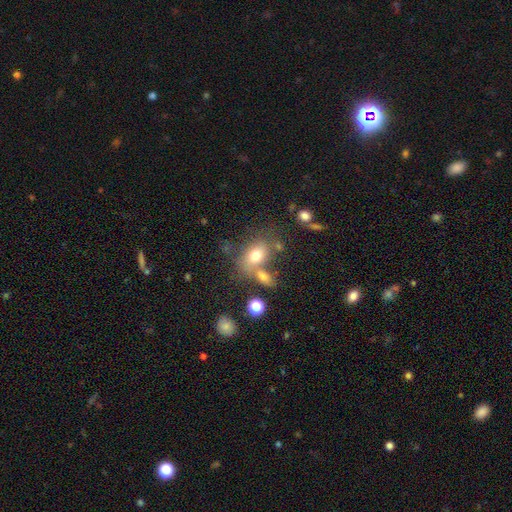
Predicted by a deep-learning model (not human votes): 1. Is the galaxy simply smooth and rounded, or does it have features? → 72% smooth, 15% featured or disk, 12% star or artifact.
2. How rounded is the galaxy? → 74% in between, 25% round, 2% cigar-shaped.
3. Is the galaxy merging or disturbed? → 50% none, 29% merger, 14% minor disturbance, 7% major disturbance.